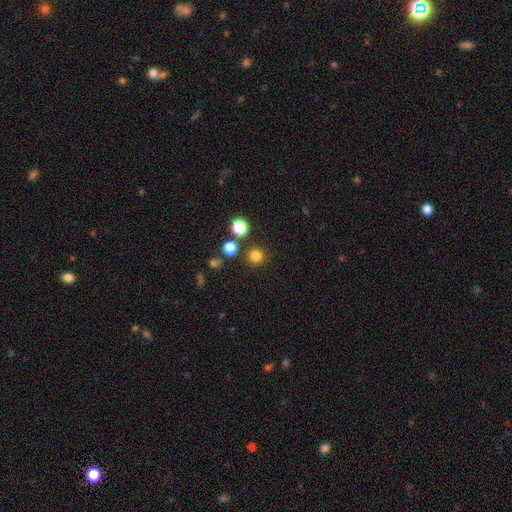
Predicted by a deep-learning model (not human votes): The model was most divided on "smooth or featured": smooth: 80%, star or artifact: 16%, featured or disk: 4%. More confident: how rounded — round (94%); merging — none (85%).